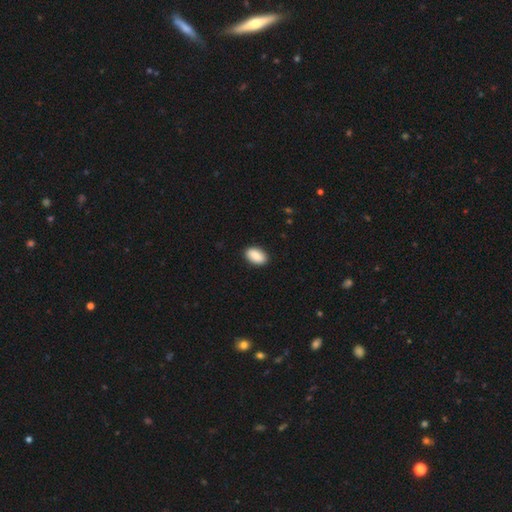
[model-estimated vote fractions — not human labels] A smooth galaxy with no disk features (88%) that is in between round and cigar-shaped (93%). Merging: none (90%).